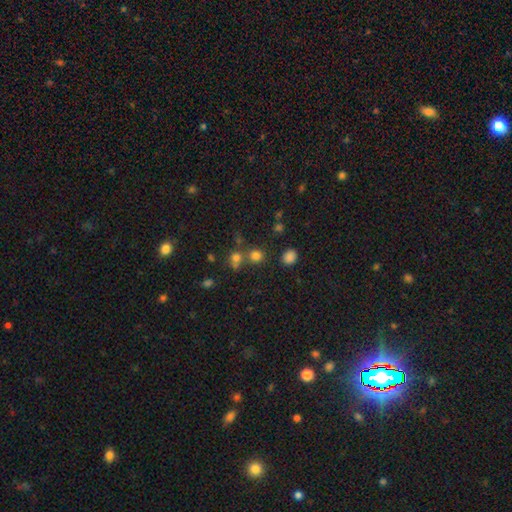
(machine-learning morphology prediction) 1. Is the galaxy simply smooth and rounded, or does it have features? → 74% smooth, 19% star or artifact, 7% featured or disk.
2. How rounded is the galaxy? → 86% round, 12% in between, 1% cigar-shaped.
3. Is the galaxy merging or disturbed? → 65% none, 23% merger, 8% minor disturbance, 4% major disturbance.